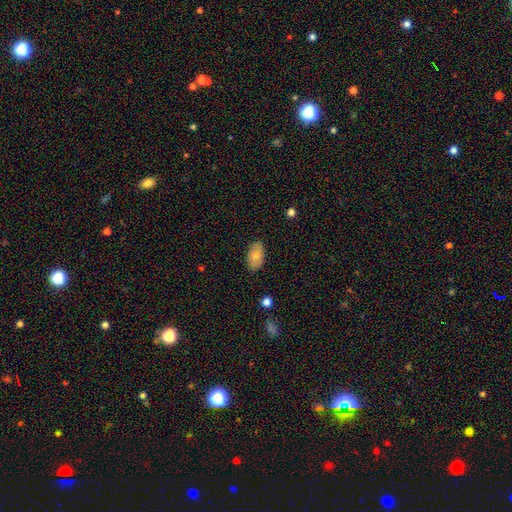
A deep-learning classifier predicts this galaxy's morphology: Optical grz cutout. It shows a smooth galaxy with no disk features (75%) that is in between round and cigar-shaped (93%). Merging: none (85%).